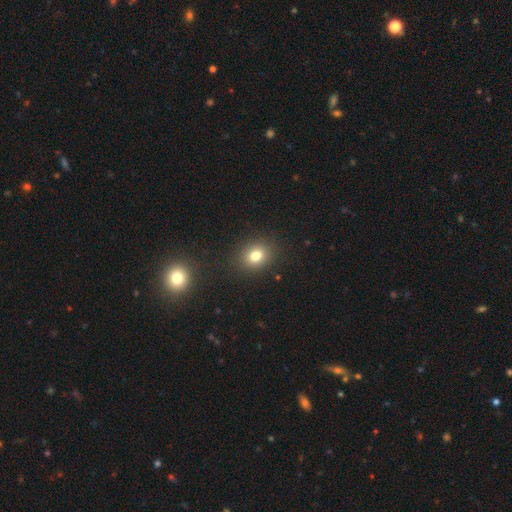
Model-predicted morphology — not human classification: The model was most divided on "how rounded": round: 59%, in between: 40%, cigar-shaped: 1%. More confident: merging — none (88%); smooth or featured — smooth (78%).